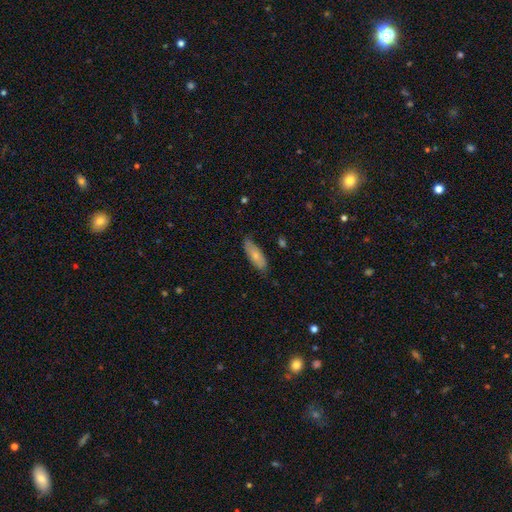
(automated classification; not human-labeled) This is likely a smooth galaxy (72%). How rounded: likely in between (68%). Merging: likely none (73%).